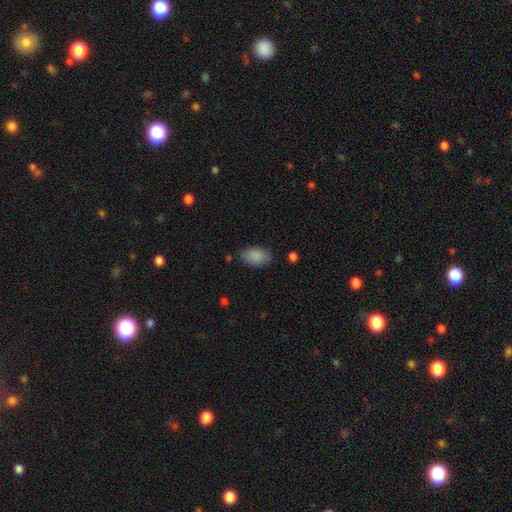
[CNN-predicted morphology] Q: Smooth or featured?
A: smooth (88%); runner-up: star or artifact (7%)
Q: How rounded?
A: in between (90%); runner-up: round (8%)
Q: Merging?
A: none (79%); runner-up: minor disturbance (15%)